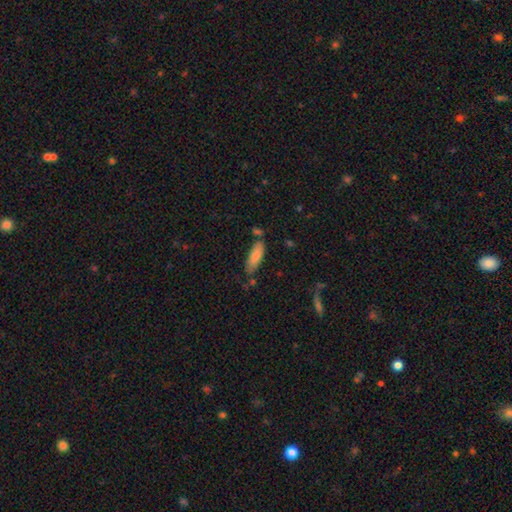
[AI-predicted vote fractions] smooth-or-featured: smooth: 81% | featured or disk: 12% | star or artifact: 6%
  how-rounded: in between: 61% | cigar-shaped: 38% | round: 2%
  merging: none: 68% | minor disturbance: 19% | merger: 8% | major disturbance: 4%